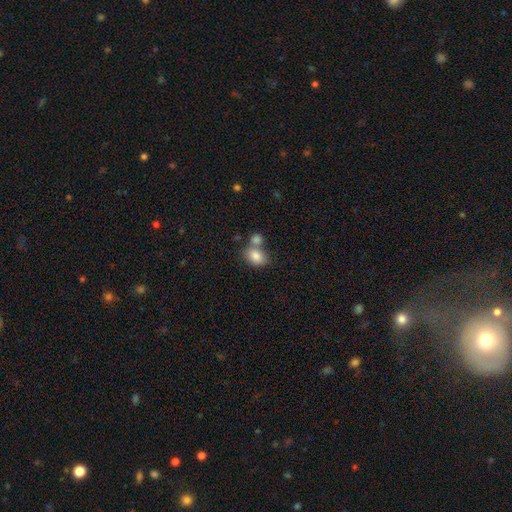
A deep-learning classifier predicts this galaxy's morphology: type=smooth (82%); roundness=in between (73%); merging=none (44%).